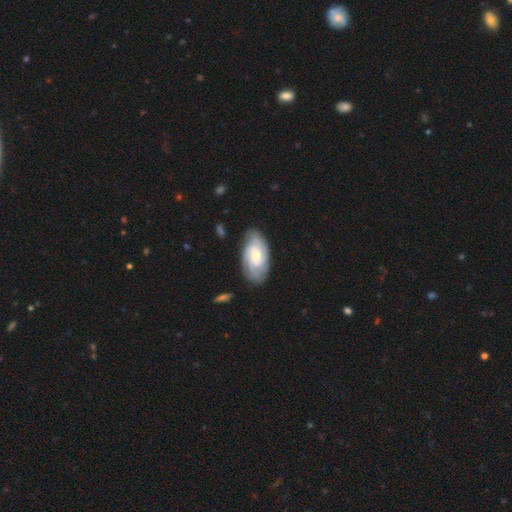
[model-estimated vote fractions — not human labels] Q: Smooth or featured?
A: featured or disk (72%); runner-up: smooth (23%)
Q: Edge-on disk?
A: no (95%); runner-up: yes (5%)
Q: Bar?
A: no (55%); runner-up: weak (38%)
Q: Spiral arms?
A: yes (92%); runner-up: no (8%)
Q: Spiral winding?
A: tight (56%); runner-up: medium (34%)
Q: Spiral arm count?
A: can't tell (35%); runner-up: 2 (27%)
Q: Bulge size?
A: small (48%); runner-up: moderate (45%)
Q: Merging?
A: none (77%); runner-up: minor disturbance (17%)